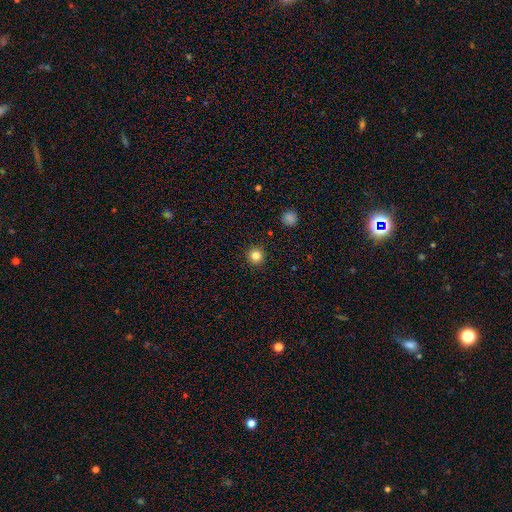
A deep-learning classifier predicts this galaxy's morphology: Smooth or featured? Predicted: smooth (p=0.82). How rounded? Predicted: round (p=0.95). Merging? Predicted: none (p=0.92).